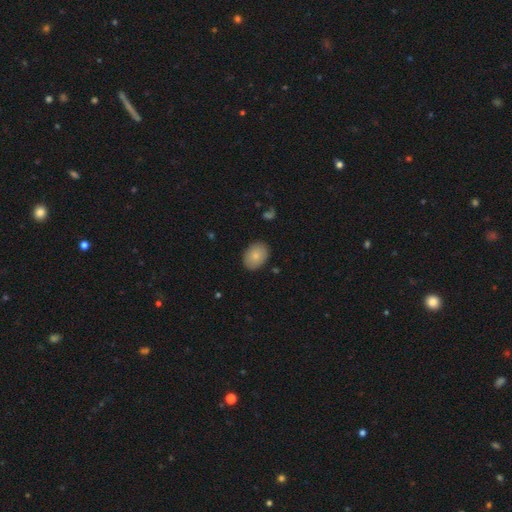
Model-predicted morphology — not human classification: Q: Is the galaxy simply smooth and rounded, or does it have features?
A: smooth — 83%.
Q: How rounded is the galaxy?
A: in between — 74%.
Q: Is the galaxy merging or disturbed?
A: none — 88%.